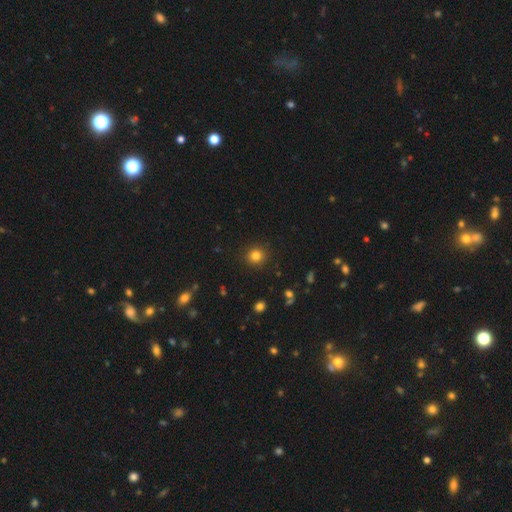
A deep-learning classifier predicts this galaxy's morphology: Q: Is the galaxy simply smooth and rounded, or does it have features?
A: smooth — 81%.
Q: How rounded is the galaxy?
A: round — 89%.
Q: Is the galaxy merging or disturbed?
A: none — 91%.